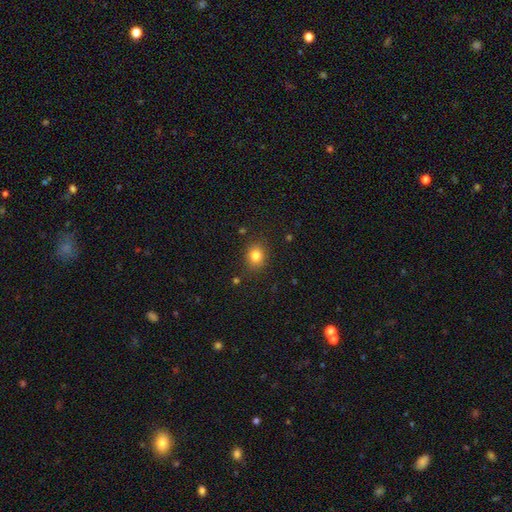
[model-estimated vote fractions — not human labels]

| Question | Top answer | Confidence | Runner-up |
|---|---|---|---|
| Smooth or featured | smooth | 81% | star or artifact (12%) |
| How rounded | round | 70% | in between (29%) |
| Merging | none | 86% | minor disturbance (9%) |